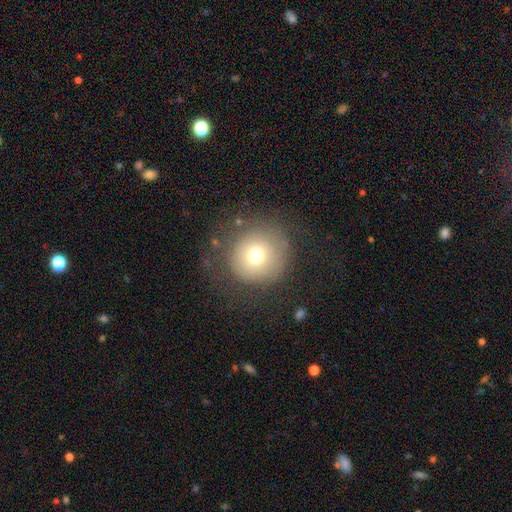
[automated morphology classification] Overall: smooth (70%). How rounded: round (94%). Merging: none (71%).